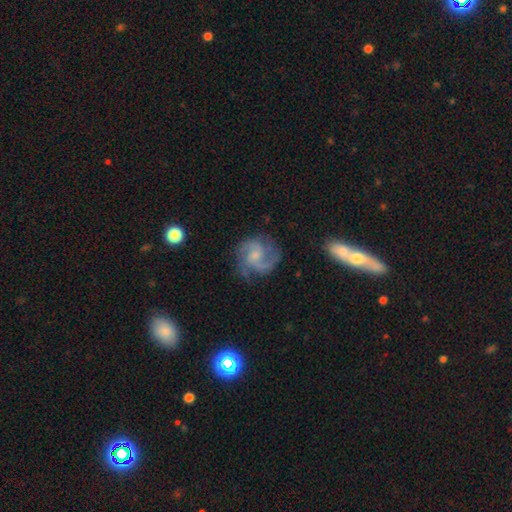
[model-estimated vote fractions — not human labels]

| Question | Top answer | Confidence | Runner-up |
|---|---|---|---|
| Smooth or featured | featured or disk | 88% | smooth (6%) |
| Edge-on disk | no | 98% | yes (2%) |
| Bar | no | 49% | weak (44%) |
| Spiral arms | yes | 98% | no (2%) |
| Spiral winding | medium | 58% | tight (22%) |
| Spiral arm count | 2 | 68% | 3 (18%) |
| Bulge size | small | 52% | moderate (29%) |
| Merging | none | 73% | minor disturbance (17%) |